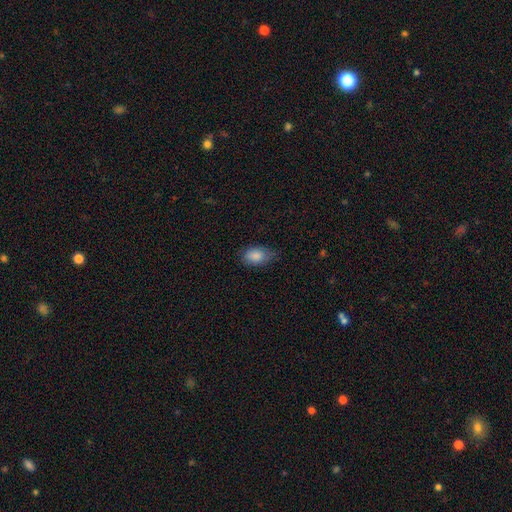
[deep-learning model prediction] Smooth or featured?
  - smooth: 86% *
  - star or artifact: 7%
  - featured or disk: 6%
How rounded?
  - in between: 90% *
  - round: 8%
  - cigar-shaped: 2%
Merging?
  - none: 69% *
  - minor disturbance: 25%
  - major disturbance: 5%
  - merger: 1%